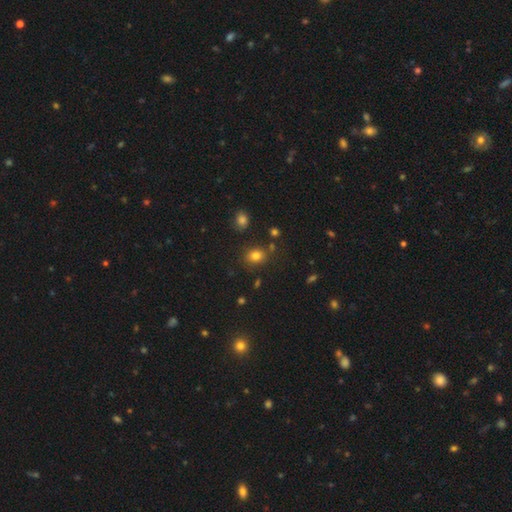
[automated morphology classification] A smooth galaxy with no disk features (79%) that is round (51%).

Vote fractions:
- Smooth or featured? smooth: 79% / star or artifact: 14% / featured or disk: 7%
- How rounded? round: 51% / in between: 48% / cigar-shaped: 1%
- Merging? none: 79% / minor disturbance: 12% / merger: 5% / major disturbance: 4%